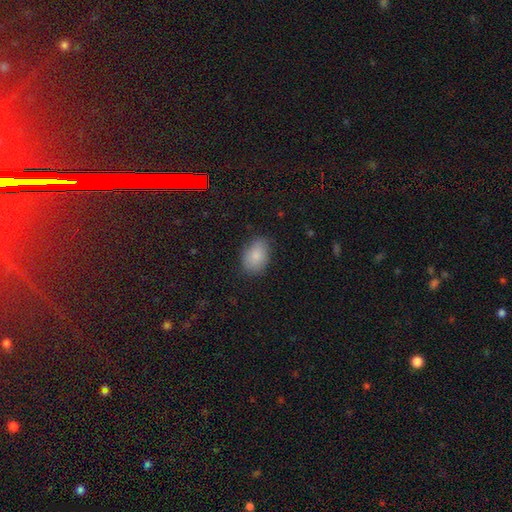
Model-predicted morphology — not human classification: This is clearly a smooth galaxy (85%). How rounded: clearly in between (82%). Merging: likely none (78%).